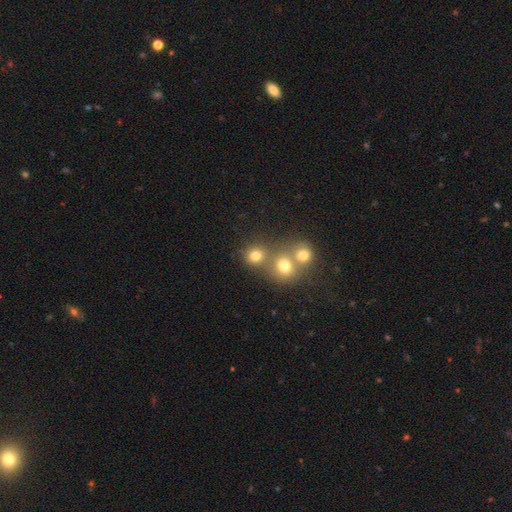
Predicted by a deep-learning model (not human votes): A smooth galaxy with no disk features (75%) that is round (85%).

Vote fractions:
- Smooth or featured? smooth: 75% / star or artifact: 16% / featured or disk: 9%
- How rounded? round: 85% / in between: 14% / cigar-shaped: 1%
- Merging? none: 58% / merger: 32% / minor disturbance: 7% / major disturbance: 3%